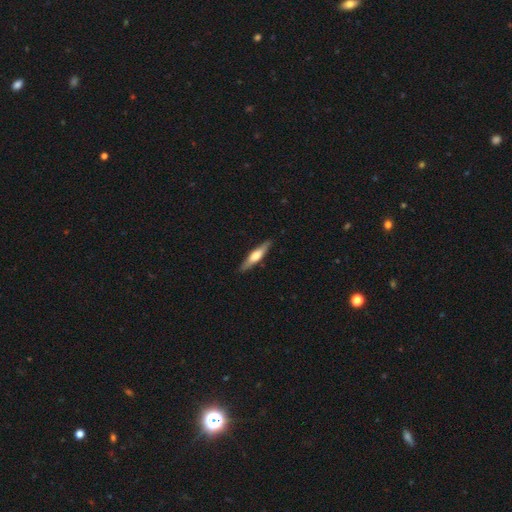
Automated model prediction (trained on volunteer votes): smooth-or-featured: featured or disk: 50% | smooth: 45% | star or artifact: 5%
  disk-edge-on: yes: 93% | no: 7%
  merging: none: 87% | minor disturbance: 10% | major disturbance: 2% | merger: 1%